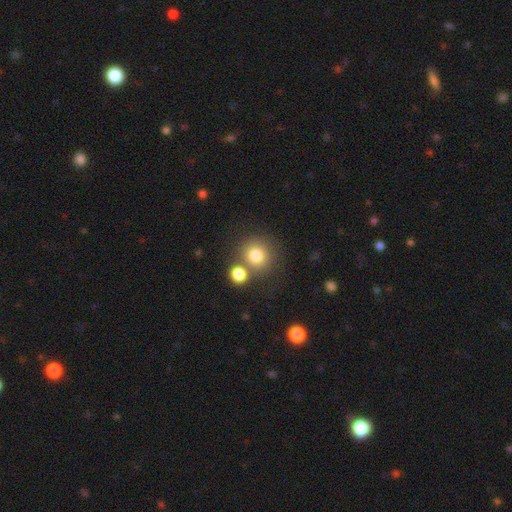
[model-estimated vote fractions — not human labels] smooth 80%, star or artifact 11%, featured or disk 9%. Down the decision tree: how rounded — round (89%); merging — none (61%).